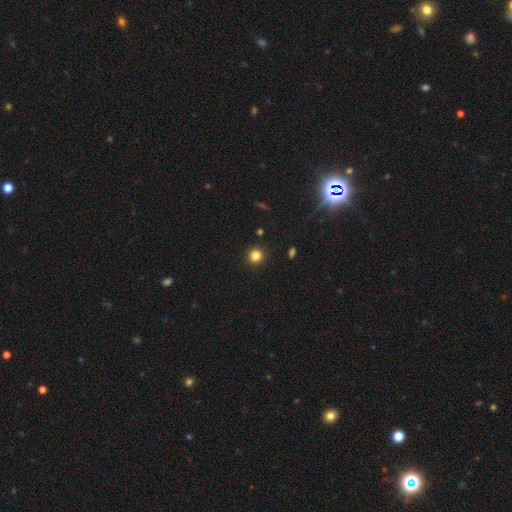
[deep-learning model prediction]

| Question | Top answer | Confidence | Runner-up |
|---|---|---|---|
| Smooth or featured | smooth | 82% | star or artifact (13%) |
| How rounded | round | 94% | in between (5%) |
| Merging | none | 92% | minor disturbance (5%) |